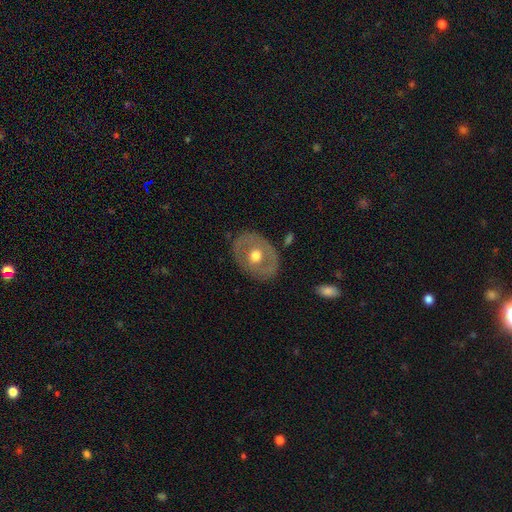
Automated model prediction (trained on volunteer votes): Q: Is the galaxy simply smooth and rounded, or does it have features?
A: featured or disk — 52%.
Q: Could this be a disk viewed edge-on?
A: no — 92%.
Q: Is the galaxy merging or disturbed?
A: none — 80%.